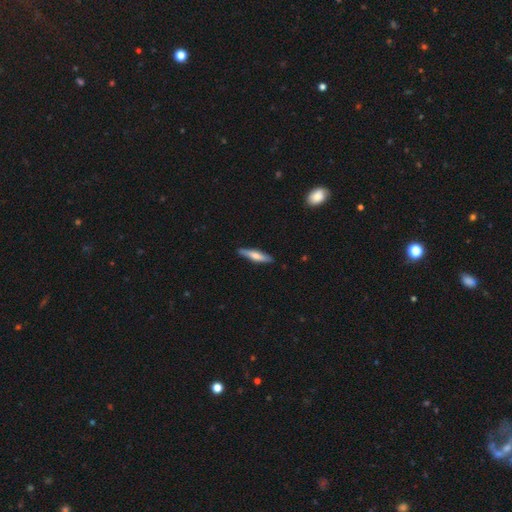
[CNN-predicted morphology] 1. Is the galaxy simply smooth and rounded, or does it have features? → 57% smooth, 38% featured or disk, 5% star or artifact.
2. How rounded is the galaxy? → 86% cigar-shaped, 12% in between, 2% round.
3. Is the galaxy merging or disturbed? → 86% none, 11% minor disturbance, 2% major disturbance, 1% merger.